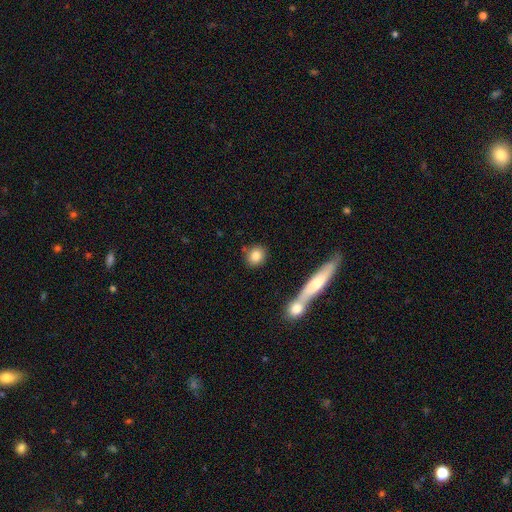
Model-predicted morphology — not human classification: type=smooth (82%); roundness=round (82%); merging=none (81%).